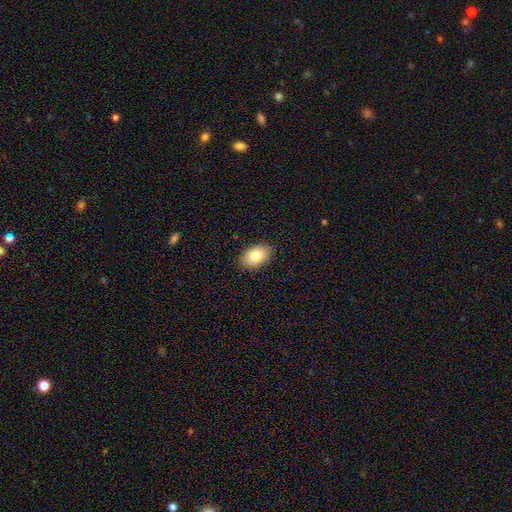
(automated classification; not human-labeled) Q: Smooth or featured?
A: smooth (82%); runner-up: featured or disk (11%)
Q: How rounded?
A: in between (90%); runner-up: round (9%)
Q: Merging?
A: none (89%); runner-up: minor disturbance (8%)